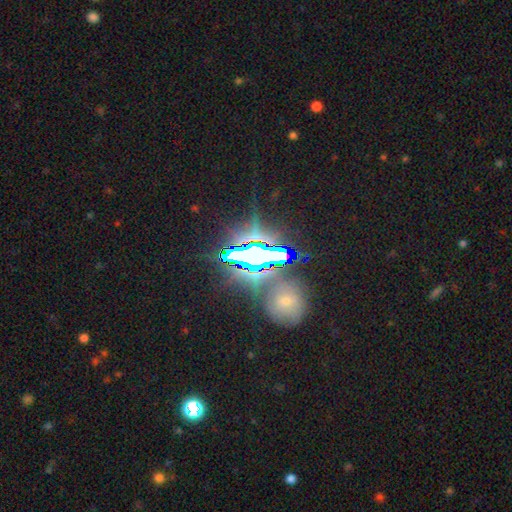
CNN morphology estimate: A star or artifact, not a galaxy (77%).

Vote fractions:
- Smooth or featured? star or artifact: 77% / smooth: 12% / featured or disk: 11%